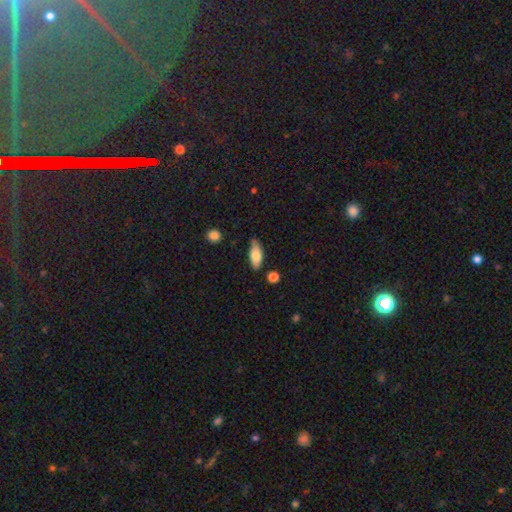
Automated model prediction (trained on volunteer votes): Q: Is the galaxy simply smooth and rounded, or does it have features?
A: smooth — 73%.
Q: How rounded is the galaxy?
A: in between — 79%.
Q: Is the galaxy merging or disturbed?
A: none — 70%.